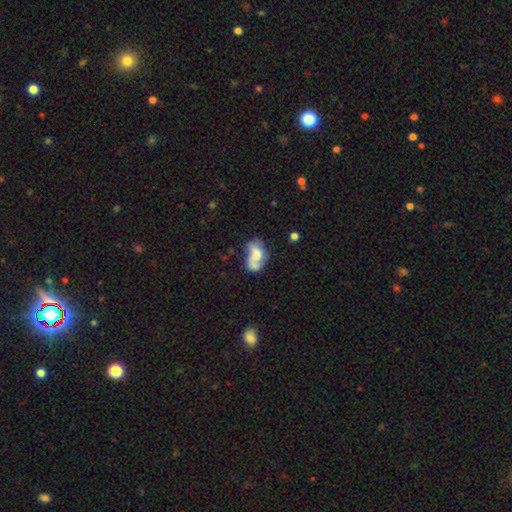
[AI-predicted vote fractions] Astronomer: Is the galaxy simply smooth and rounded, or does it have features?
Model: smooth — 51% (runner-up: featured or disk, 40%).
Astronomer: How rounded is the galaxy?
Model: in between — 82%.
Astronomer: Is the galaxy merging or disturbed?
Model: merger — 42% (runner-up: none, 24%).